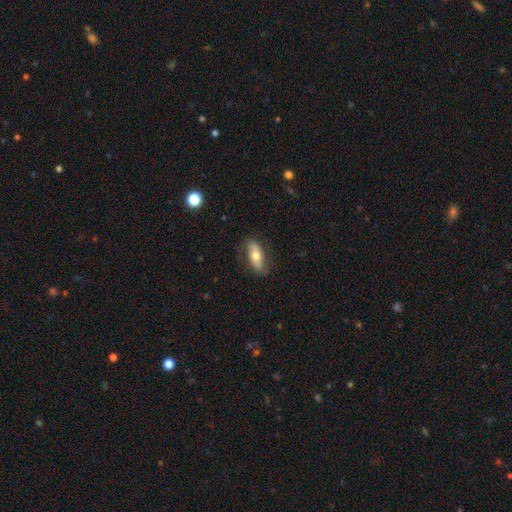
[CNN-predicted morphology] Smooth or featured? smooth (57%)
How rounded? in between (76%)
Merging? none (79%)